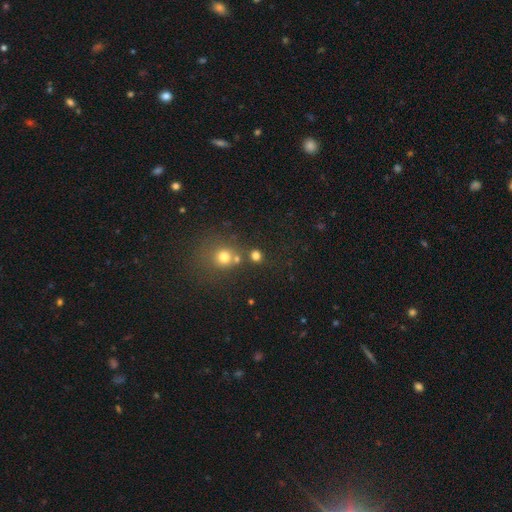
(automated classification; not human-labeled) This is likely a smooth galaxy (73%). How rounded: clearly round (87%). Merging: likely none (67%).